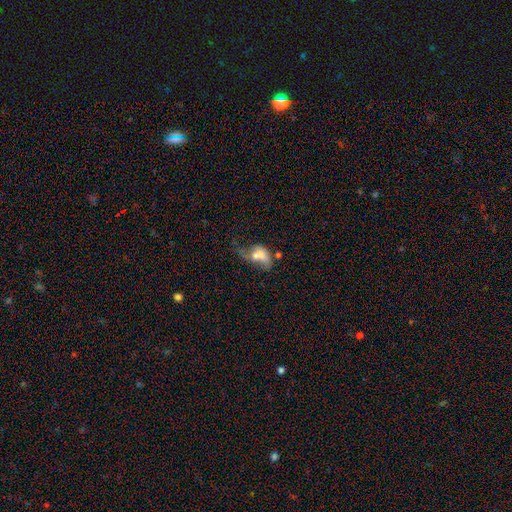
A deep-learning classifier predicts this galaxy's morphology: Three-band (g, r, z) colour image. It shows a smooth galaxy with no disk features (48%). Merging: merger (40%).